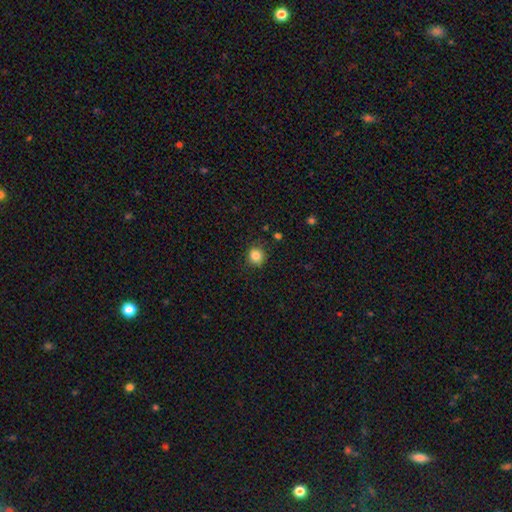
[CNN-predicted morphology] Smooth or featured?
  - smooth: 84% *
  - star or artifact: 11%
  - featured or disk: 5%
How rounded?
  - round: 85% *
  - in between: 14%
  - cigar-shaped: 1%
Merging?
  - none: 86% *
  - minor disturbance: 10%
  - major disturbance: 2%
  - merger: 1%